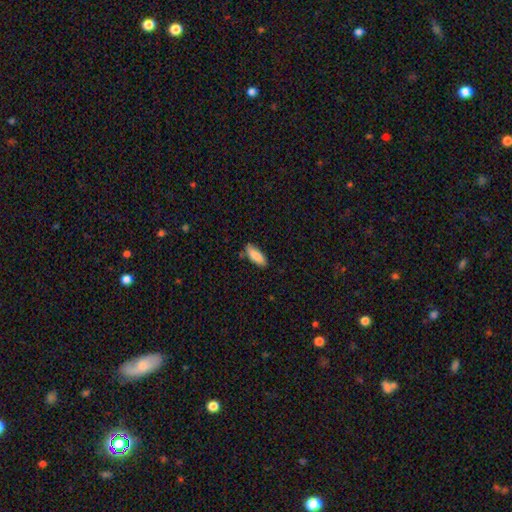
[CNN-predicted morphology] Smooth or featured?
  - smooth: 86% *
  - featured or disk: 8%
  - star or artifact: 6%
How rounded?
  - in between: 74% *
  - cigar-shaped: 24%
  - round: 2%
Merging?
  - none: 79% *
  - minor disturbance: 16%
  - merger: 3%
  - major disturbance: 3%